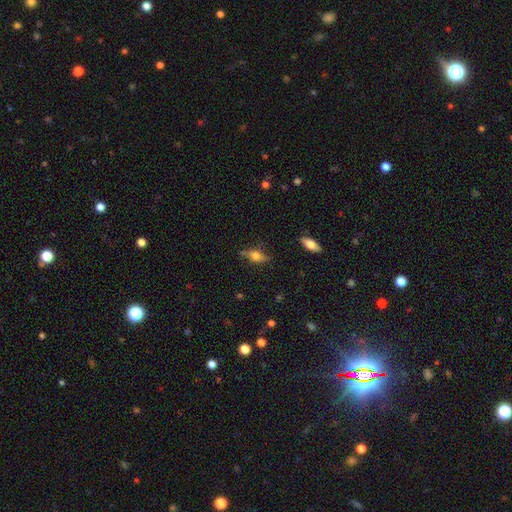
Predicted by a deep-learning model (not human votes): Morphology: type=featured or disk (47%); merging=none (74%).